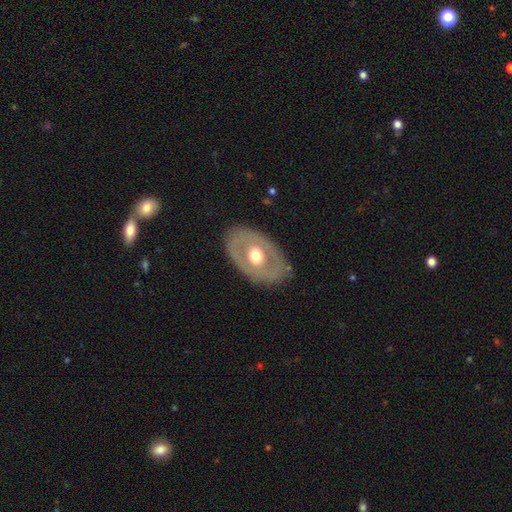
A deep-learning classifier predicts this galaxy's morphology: Smooth or featured: featured or disk — 54% (smooth — 41%)
Edge-on disk: no — 89% (yes — 11%)
Merging: none — 82% (minor disturbance — 12%)